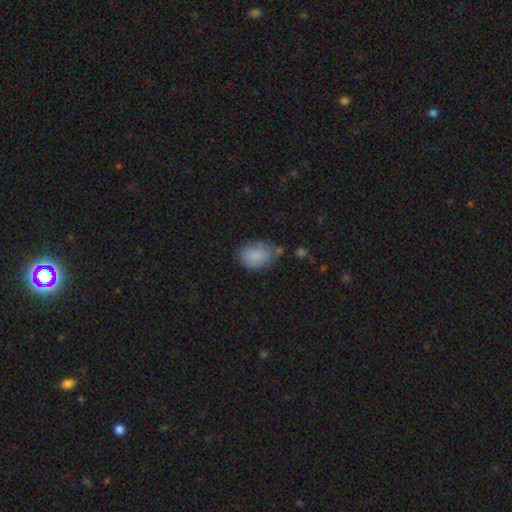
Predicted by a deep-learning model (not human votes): Overall: smooth (84%). How rounded: in between (77%). Merging: none (53%; minor disturbance 30%).